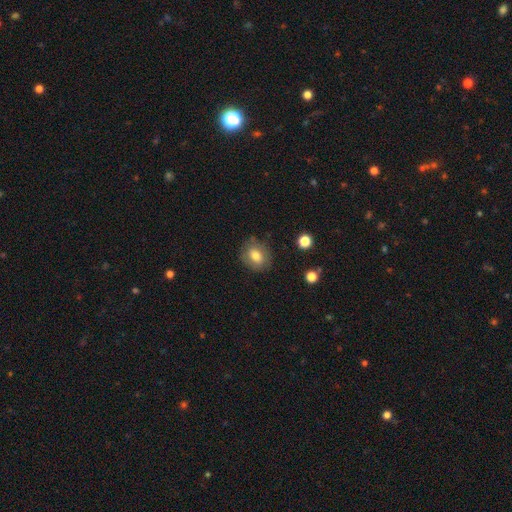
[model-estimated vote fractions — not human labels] This is likely a smooth galaxy (73%). How rounded: possibly round (53%). Merging: likely none (79%).